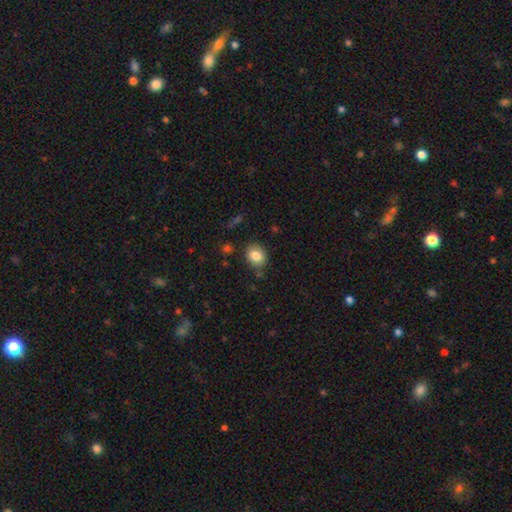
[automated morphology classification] A smooth galaxy with no disk features (84%) that is round (59%).

Vote fractions:
- Smooth or featured? smooth: 84% / star or artifact: 9% / featured or disk: 7%
- How rounded? round: 59% / in between: 40% / cigar-shaped: 1%
- Merging? none: 81% / minor disturbance: 13% / merger: 3% / major disturbance: 3%